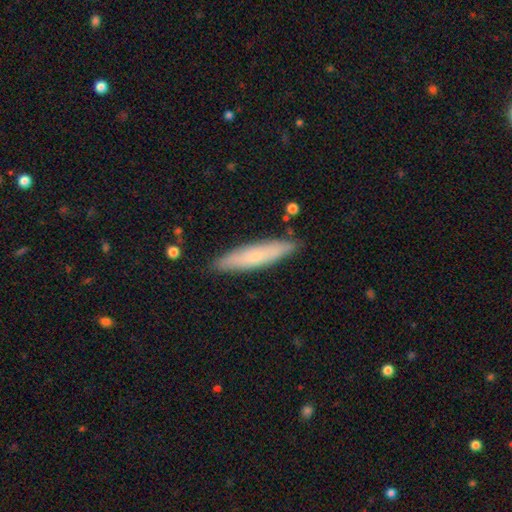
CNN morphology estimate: A smooth galaxy with no disk features (63%) that is cigar-shaped (83%).

Vote fractions:
- Smooth or featured? smooth: 63% / featured or disk: 31% / star or artifact: 6%
- How rounded? cigar-shaped: 83% / in between: 16% / round: 1%
- Merging? none: 86% / minor disturbance: 11% / major disturbance: 2% / merger: 2%